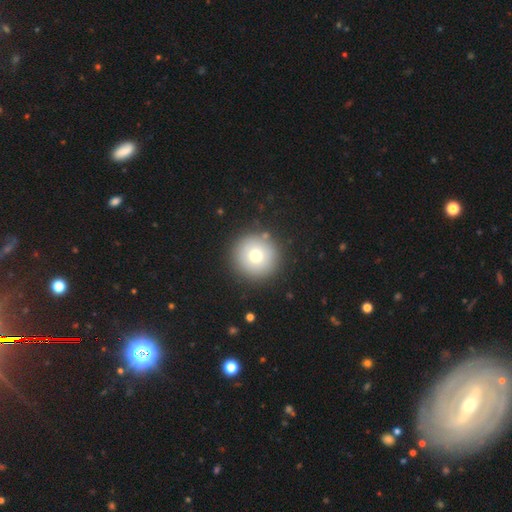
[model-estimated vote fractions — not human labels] Smooth or featured? Predicted: smooth (p=0.72). How rounded? Predicted: round (p=0.96). Merging? Predicted: none (p=0.89).